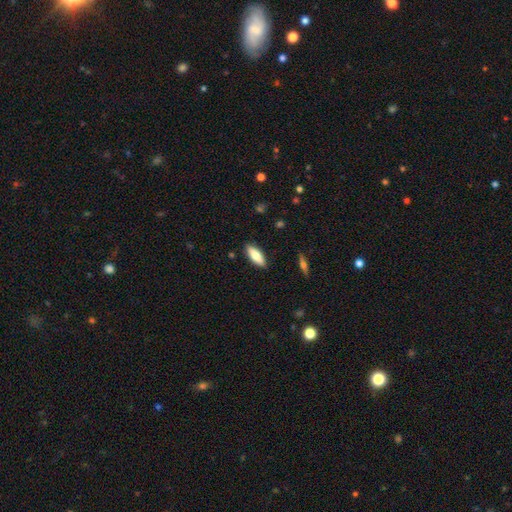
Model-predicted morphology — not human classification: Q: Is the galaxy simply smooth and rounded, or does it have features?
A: smooth — 76%.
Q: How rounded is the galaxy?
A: in between — 64%.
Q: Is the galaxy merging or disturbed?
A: none — 87%.